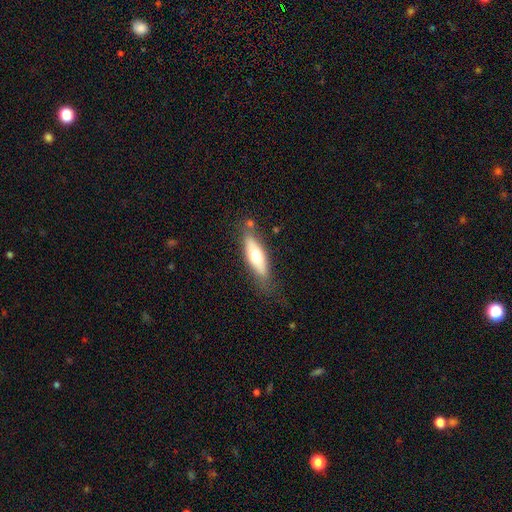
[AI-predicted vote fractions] smooth-or-featured: smooth: 57% | featured or disk: 37% | star or artifact: 6%
  how-rounded: in between: 52% | cigar-shaped: 46% | round: 2%
  merging: none: 71% | minor disturbance: 18% | major disturbance: 5% | merger: 5%